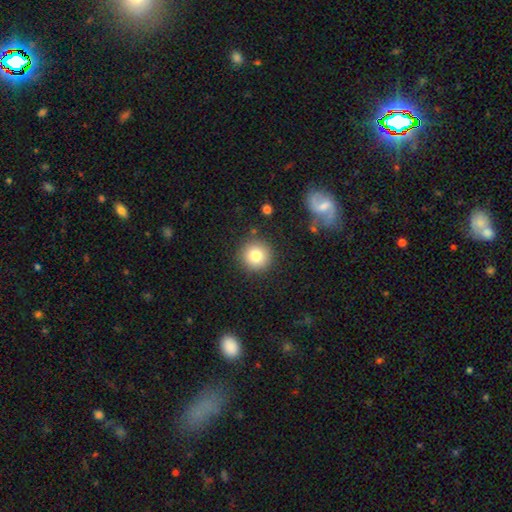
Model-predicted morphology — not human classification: Smooth or featured: smooth — 80% (star or artifact — 11%)
How rounded: round — 95% (in between — 4%)
Merging: none — 88% (minor disturbance — 7%)